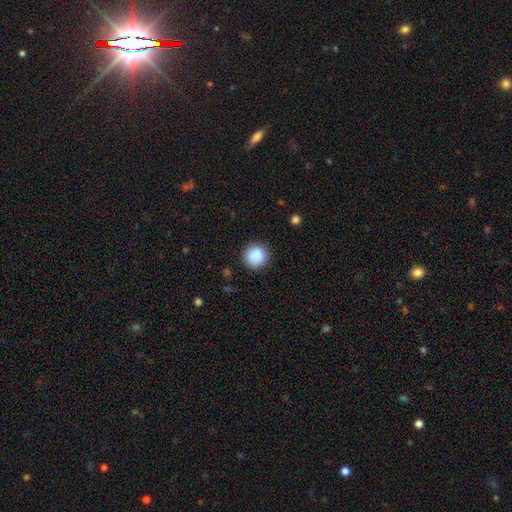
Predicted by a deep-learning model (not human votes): Smooth or featured? smooth (89%)
How rounded? round (95%)
Merging? none (90%)